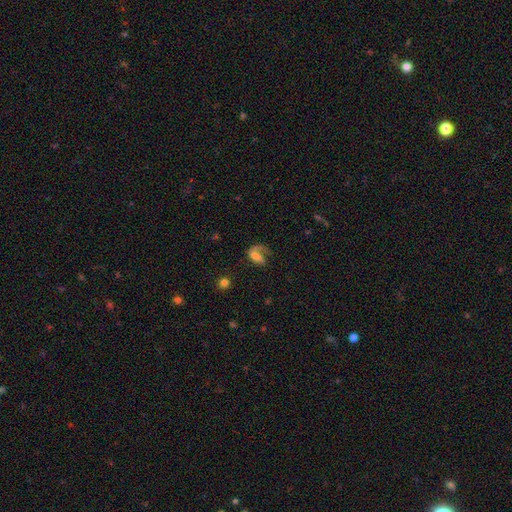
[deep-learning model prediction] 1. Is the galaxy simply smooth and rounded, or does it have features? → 53% featured or disk, 36% smooth, 11% star or artifact.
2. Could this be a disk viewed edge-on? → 95% no, 5% yes.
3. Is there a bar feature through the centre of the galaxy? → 54% no, 31% weak, 15% strong.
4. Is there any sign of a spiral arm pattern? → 78% yes, 22% no.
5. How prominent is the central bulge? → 30% small, 27% none, 27% moderate, 11% large, 4% dominant.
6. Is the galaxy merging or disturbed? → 45% major disturbance, 34% none, 16% minor disturbance, 5% merger.